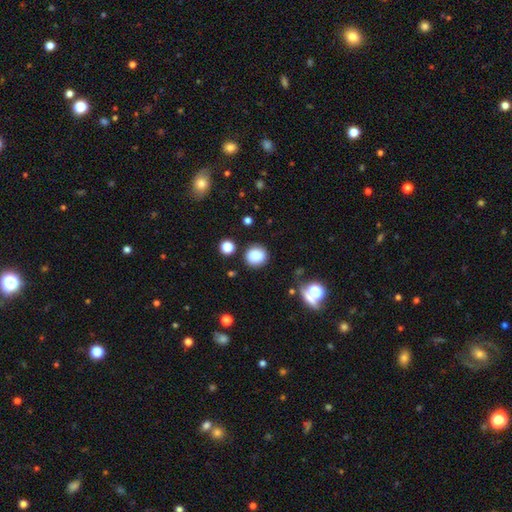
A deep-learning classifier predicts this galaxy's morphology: A smooth galaxy with no disk features (84%) that is round (83%). Merging: none (82%).